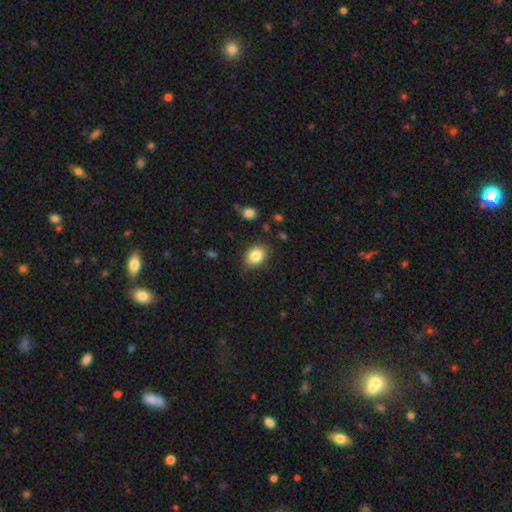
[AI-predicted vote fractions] A smooth galaxy with no disk features (84%) that is in between round and cigar-shaped (66%).

Vote fractions:
- Smooth or featured? smooth: 84% / star or artifact: 9% / featured or disk: 7%
- How rounded? in between: 66% / round: 33% / cigar-shaped: 1%
- Merging? none: 83% / minor disturbance: 13% / major disturbance: 3% / merger: 2%